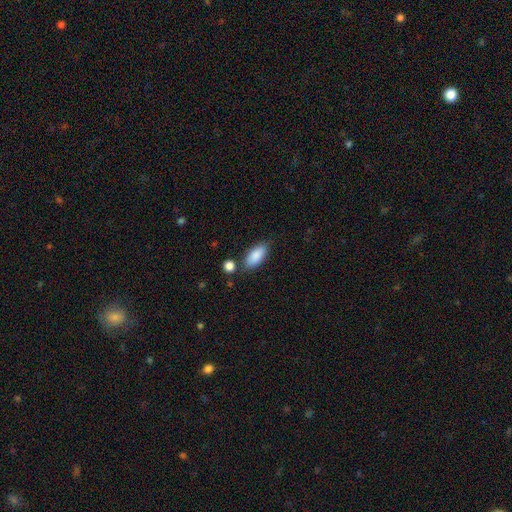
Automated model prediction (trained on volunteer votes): smooth 88%, star or artifact 6%, featured or disk 6%. Down the decision tree: how rounded — in between (87%); merging — none (76%).